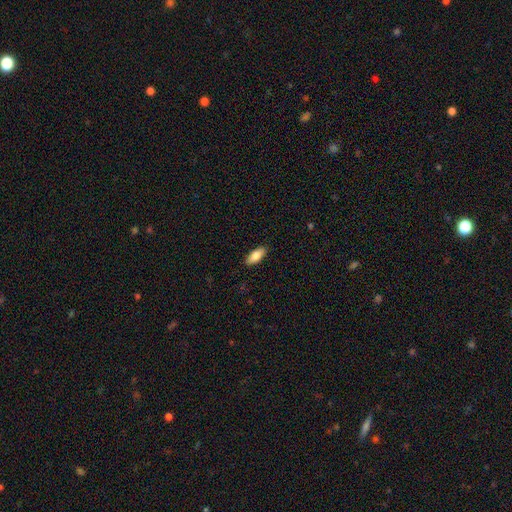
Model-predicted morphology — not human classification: Smooth or featured?
  - smooth: 83% *
  - featured or disk: 11%
  - star or artifact: 6%
How rounded?
  - in between: 80% *
  - cigar-shaped: 17%
  - round: 2%
Merging?
  - none: 89% *
  - minor disturbance: 8%
  - major disturbance: 2%
  - merger: 1%